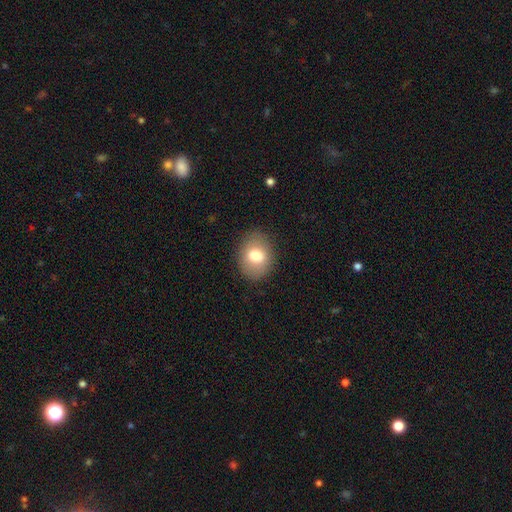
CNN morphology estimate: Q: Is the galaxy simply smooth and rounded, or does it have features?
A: smooth — 75%.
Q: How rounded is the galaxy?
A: in between — 52%.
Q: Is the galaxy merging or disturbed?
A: none — 86%.